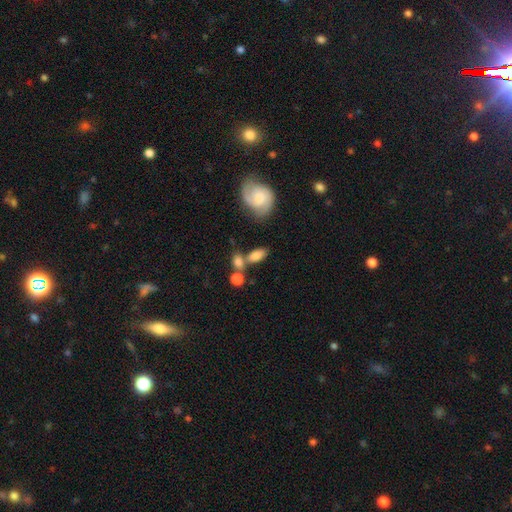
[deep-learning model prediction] smooth 73%, featured or disk 19%, star or artifact 9%. Down the decision tree: how rounded — in between (83%); merging — none (46%).